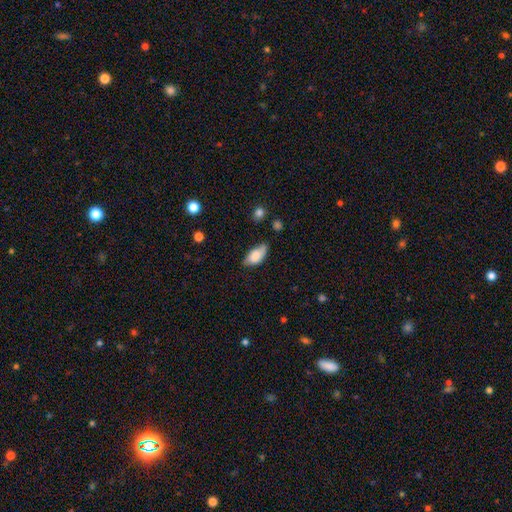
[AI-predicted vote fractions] The model was most divided on "merging": none: 58%, minor disturbance: 32%, major disturbance: 7%, merger: 3%. More confident: how rounded — in between (90%); smooth or featured — smooth (80%).